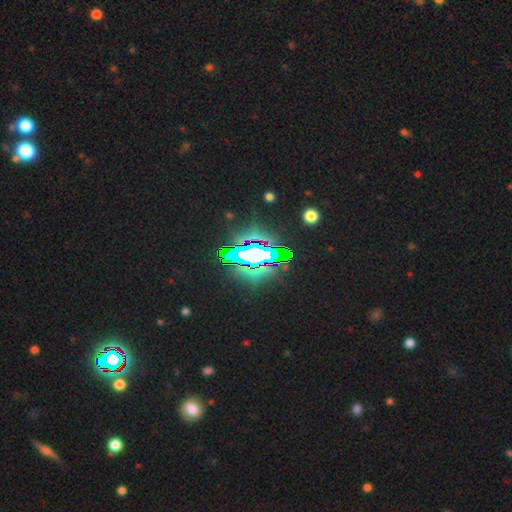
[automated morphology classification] This appears to be a star or artifact, not a galaxy (70%).